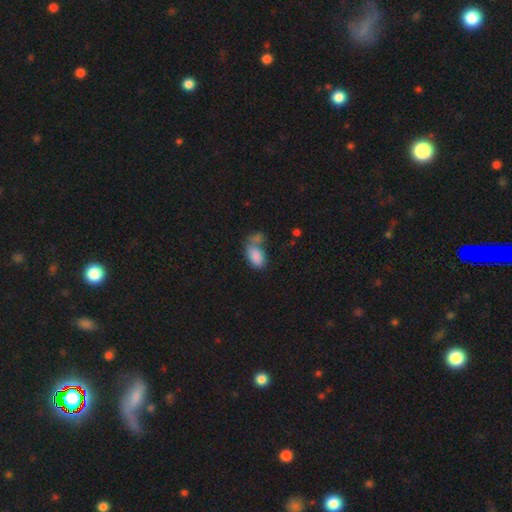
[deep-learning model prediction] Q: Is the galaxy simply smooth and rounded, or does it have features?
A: smooth — 85%.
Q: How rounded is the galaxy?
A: in between — 91%.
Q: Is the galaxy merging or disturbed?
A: merger — 40%.